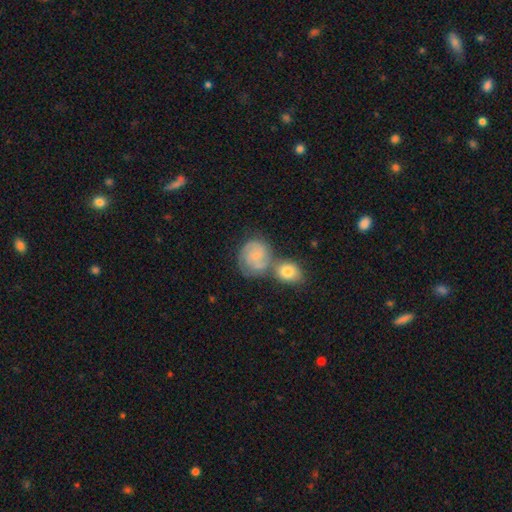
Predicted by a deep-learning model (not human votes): A featured or disk galaxy (59%) with no bar (60%), 2 (46%) tight (53%) spiral arms (90%) and a small central bulge (64%). Merging: none (40%).